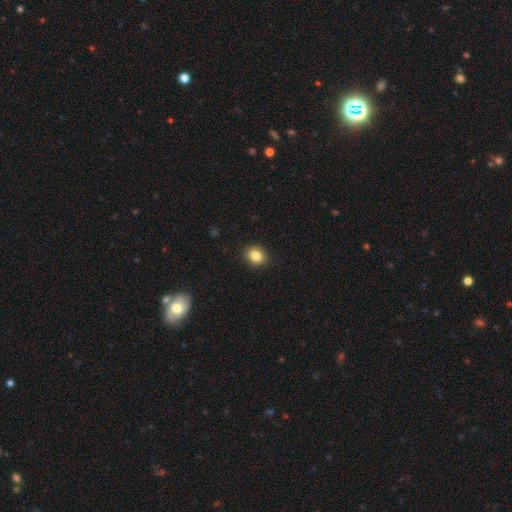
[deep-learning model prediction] Smooth or featured?
  - smooth: 84% *
  - star or artifact: 10%
  - featured or disk: 6%
How rounded?
  - round: 68% *
  - in between: 31%
  - cigar-shaped: 1%
Merging?
  - none: 91% *
  - minor disturbance: 7%
  - major disturbance: 2%
  - merger: 1%